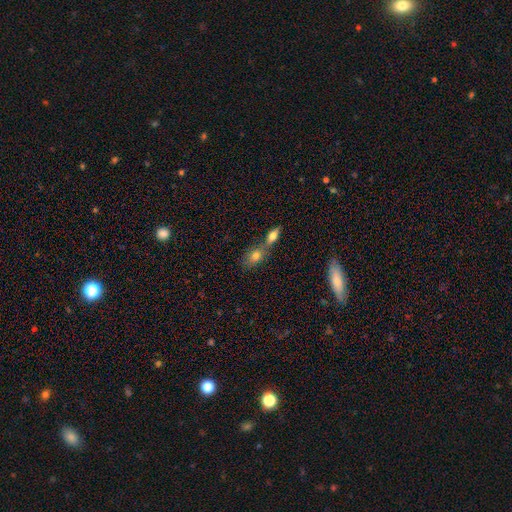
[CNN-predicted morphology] Smooth or featured: smooth — 76% (featured or disk — 15%)
How rounded: in between — 74% (round — 21%)
Merging: merger — 55% (none — 33%)